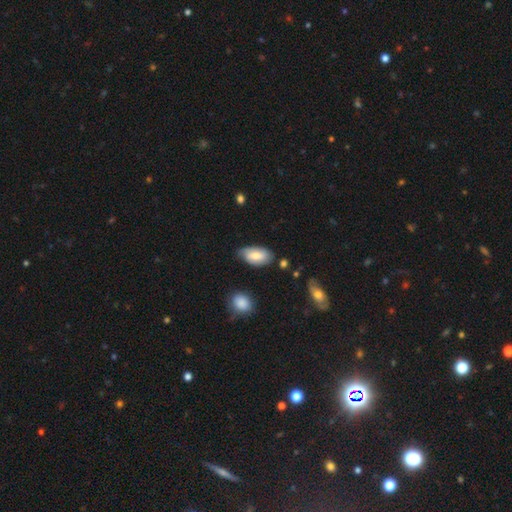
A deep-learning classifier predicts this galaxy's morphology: Smooth or featured?
  - smooth: 73% *
  - featured or disk: 21%
  - star or artifact: 6%
How rounded?
  - in between: 94% *
  - round: 3%
  - cigar-shaped: 3%
Merging?
  - none: 63% *
  - minor disturbance: 29%
  - major disturbance: 5%
  - merger: 3%